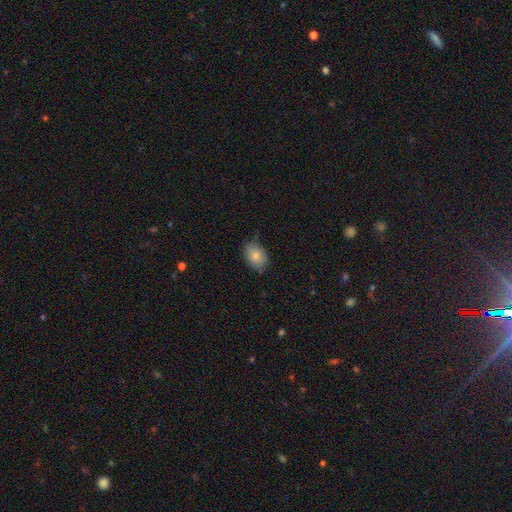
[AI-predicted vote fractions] This appears to be a smooth galaxy with no disk features (80%) that is in between round and cigar-shaped (75%). Merging: none (71%).